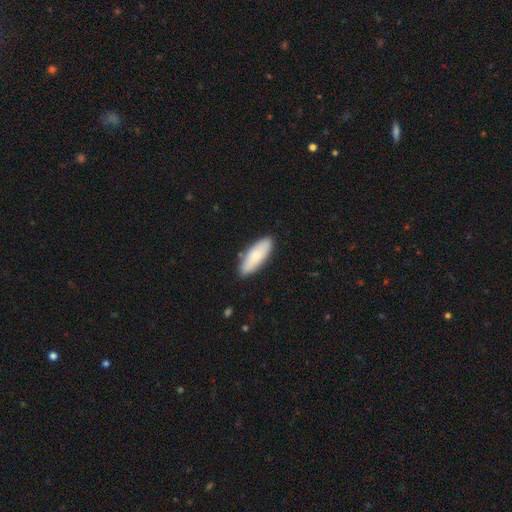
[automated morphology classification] Overall: smooth (77%). How rounded: in between (62%; cigar-shaped 36%). Merging: none (87%).